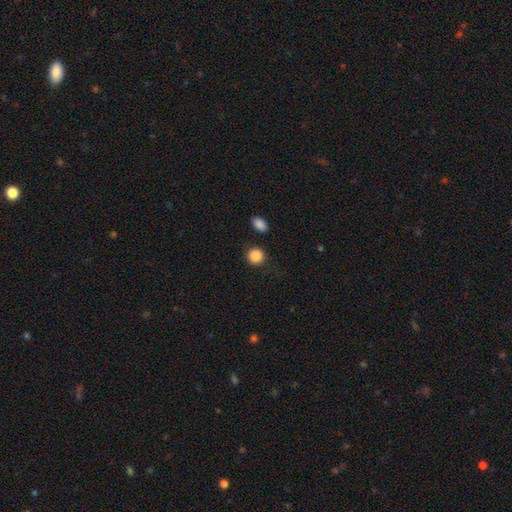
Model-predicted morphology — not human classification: This appears to be a smooth galaxy with no disk features (88%) that is round (89%). Merging: none (85%).